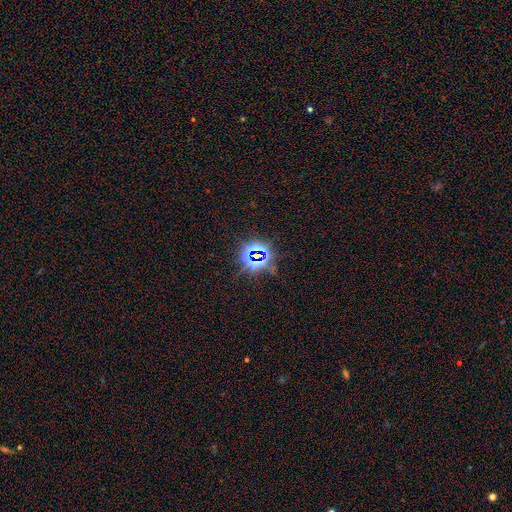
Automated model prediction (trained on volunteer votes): Morphology: type=star or artifact (78%).